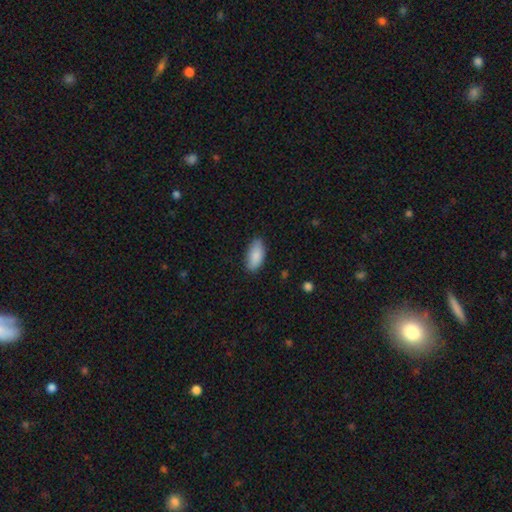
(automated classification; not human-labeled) Smooth or featured? Predicted: smooth (p=0.89). How rounded? Predicted: in between (p=0.91). Merging? Predicted: none (p=0.84).